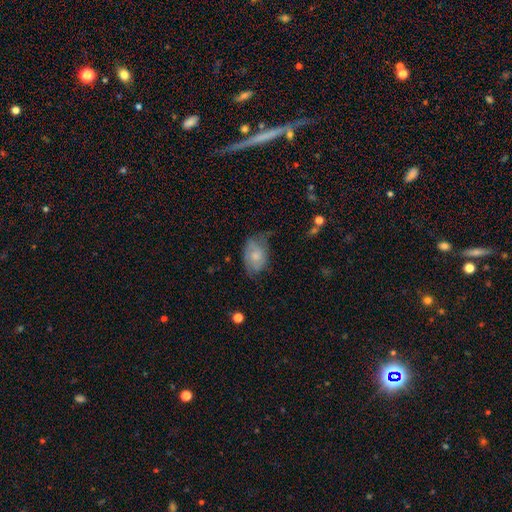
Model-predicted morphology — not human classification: Q: Smooth or featured?
A: smooth (60%); runner-up: featured or disk (33%)
Q: How rounded?
A: in between (85%); runner-up: round (14%)
Q: Merging?
A: none (44%); runner-up: minor disturbance (38%)